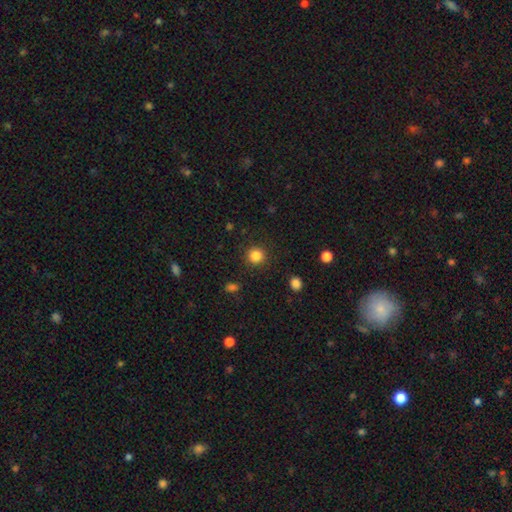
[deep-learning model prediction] Morphology: type=smooth (84%); roundness=round (94%); merging=none (90%).